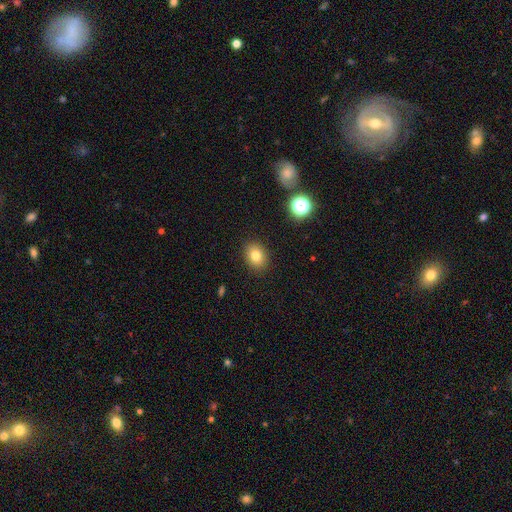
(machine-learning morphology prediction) smooth 80%, star or artifact 12%, featured or disk 8%. Down the decision tree: how rounded — round (50%); merging — none (89%).